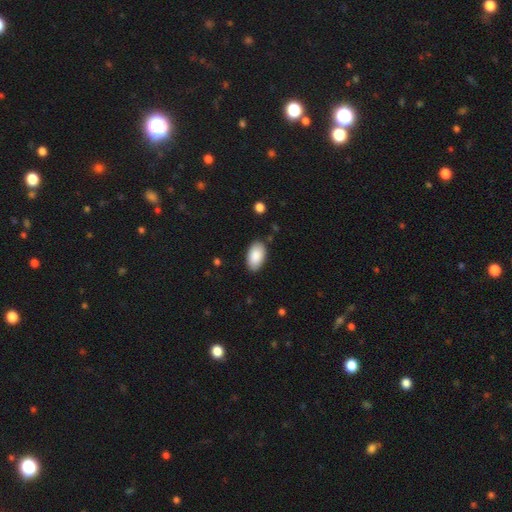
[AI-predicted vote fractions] This appears to be a smooth galaxy with no disk features (89%) that is in between round and cigar-shaped (95%). Merging: none (85%).